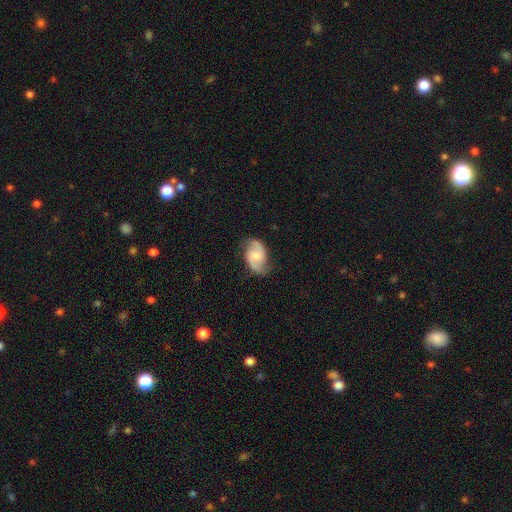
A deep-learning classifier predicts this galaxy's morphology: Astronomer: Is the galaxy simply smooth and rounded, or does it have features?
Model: featured or disk — 72%.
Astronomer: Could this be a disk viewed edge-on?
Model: no — 98%.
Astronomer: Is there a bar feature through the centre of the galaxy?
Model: no — 47% (runner-up: weak, 43%).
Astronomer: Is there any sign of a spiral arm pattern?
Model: yes — 95%.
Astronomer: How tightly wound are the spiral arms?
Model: medium — 45% (runner-up: loose, 39%).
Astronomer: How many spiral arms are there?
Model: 2 — 91%.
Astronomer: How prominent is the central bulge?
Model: small — 43% (runner-up: moderate, 34%).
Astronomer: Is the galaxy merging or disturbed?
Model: none — 75%.